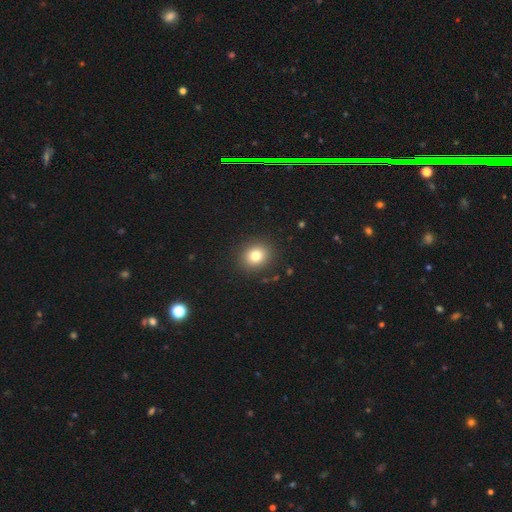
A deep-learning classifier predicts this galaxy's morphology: This appears to be a smooth galaxy with no disk features (80%) that is round (72%). Merging: none (90%).